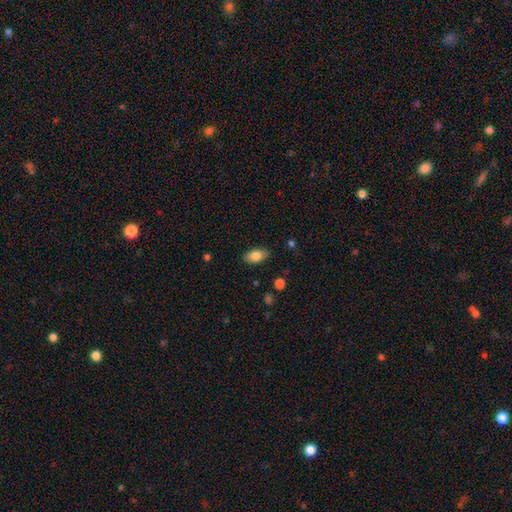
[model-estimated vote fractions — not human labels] The model was most divided on "smooth or featured": smooth: 80%, featured or disk: 13%, star or artifact: 7%. More confident: how rounded — in between (91%); merging — none (86%).